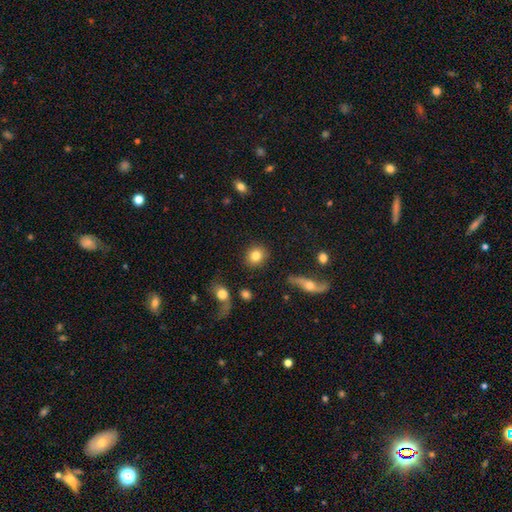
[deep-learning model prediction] Smooth or featured: smooth — 82% (featured or disk — 9%)
How rounded: round — 81% (in between — 17%)
Merging: none — 88% (minor disturbance — 6%)